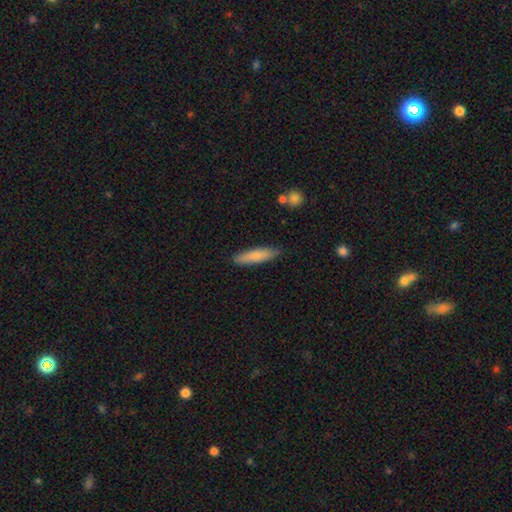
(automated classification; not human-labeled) A smooth galaxy with no disk features (76%) that is cigar-shaped (77%).

Vote fractions:
- Smooth or featured? smooth: 76% / featured or disk: 18% / star or artifact: 6%
- How rounded? cigar-shaped: 77% / in between: 21% / round: 2%
- Merging? none: 86% / minor disturbance: 11% / major disturbance: 2% / merger: 2%